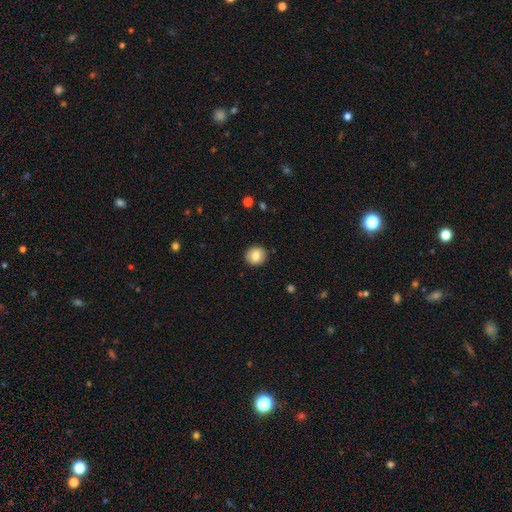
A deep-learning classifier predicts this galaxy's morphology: The model was most divided on "smooth or featured": smooth: 80%, featured or disk: 12%, star or artifact: 8%. More confident: merging — none (90%); how rounded — round (87%).